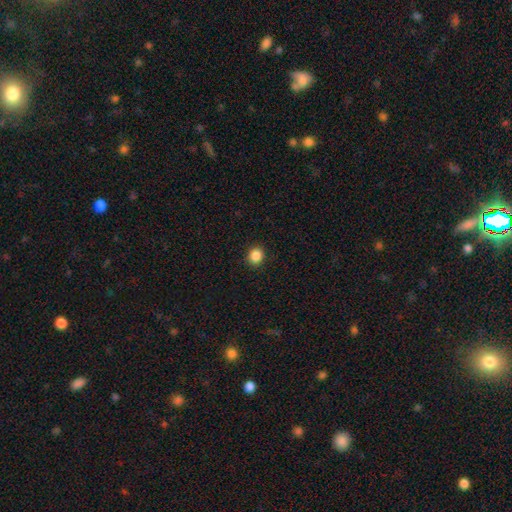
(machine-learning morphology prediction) smooth_or_featured: smooth (p=0.87) [alt: star or artifact p=0.10]
how_rounded: round (p=0.70) [alt: in between p=0.29]
merging: none (p=0.91) [alt: minor disturbance p=0.06]